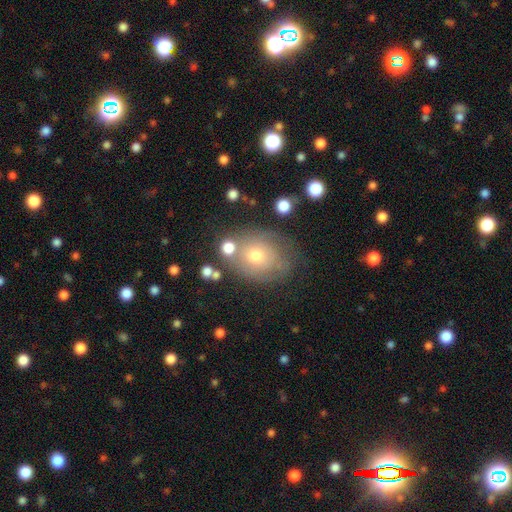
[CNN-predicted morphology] This appears to be a smooth galaxy with no disk features (55%) that is in between round and cigar-shaped (51%). Merging: none (60%).